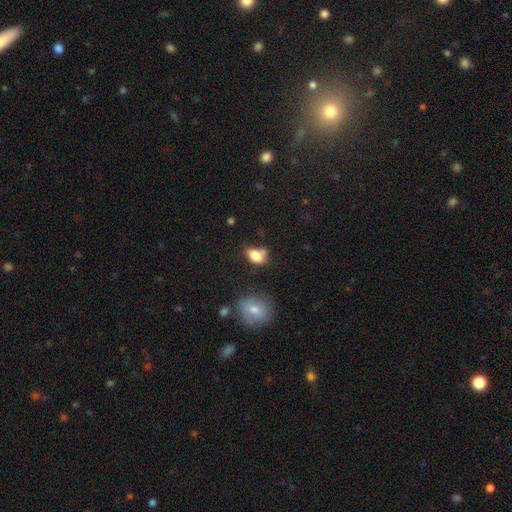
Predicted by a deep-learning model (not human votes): A smooth galaxy with no disk features (82%) that is in between round and cigar-shaped (79%).

Vote fractions:
- Smooth or featured? smooth: 82% / star or artifact: 9% / featured or disk: 9%
- How rounded? in between: 79% / round: 19% / cigar-shaped: 2%
- Merging? none: 48% / minor disturbance: 27% / merger: 16% / major disturbance: 9%